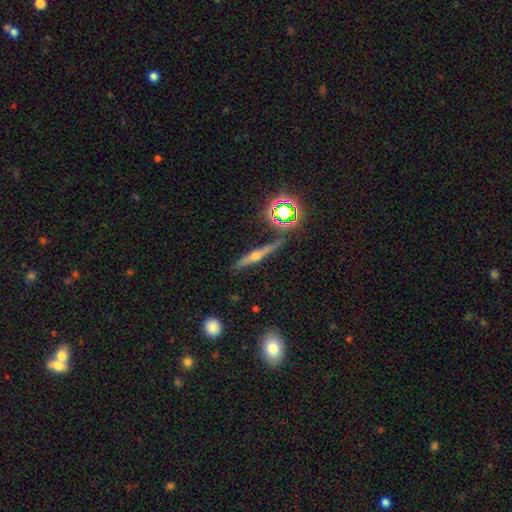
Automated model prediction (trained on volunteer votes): smooth-or-featured: featured or disk: 56% | smooth: 29% | star or artifact: 15%
  disk-edge-on: yes: 93% | no: 7%
    edge-on-bulge: rounded: 87% | none: 8% | boxy: 5%
  merging: none: 81% | minor disturbance: 12% | merger: 4% | major disturbance: 3%